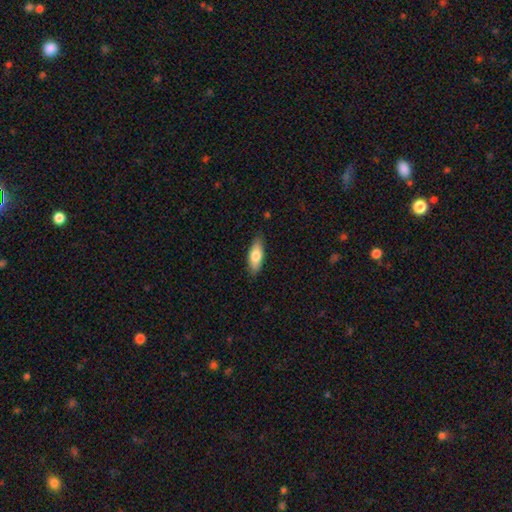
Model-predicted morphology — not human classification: type=smooth (75%); roundness=in between (73%); merging=none (86%).